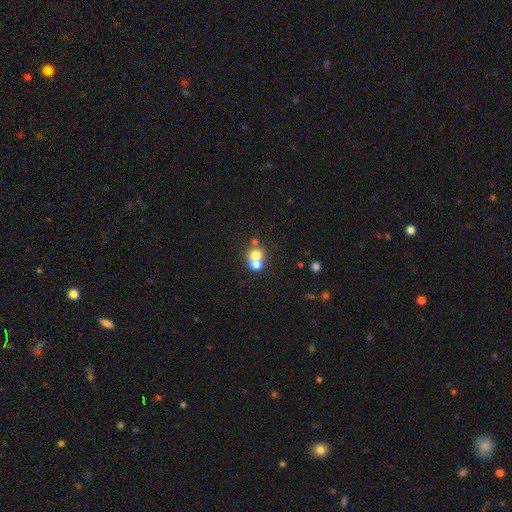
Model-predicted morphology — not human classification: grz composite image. It shows a smooth galaxy with no disk features (68%) that is round (80%). Merging: merger (58%).